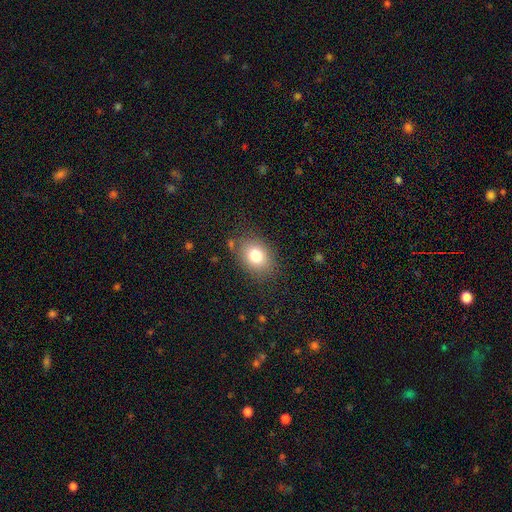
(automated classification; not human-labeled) This appears to be a smooth galaxy with no disk features (78%) that is in between round and cigar-shaped (63%). Merging: none (80%).